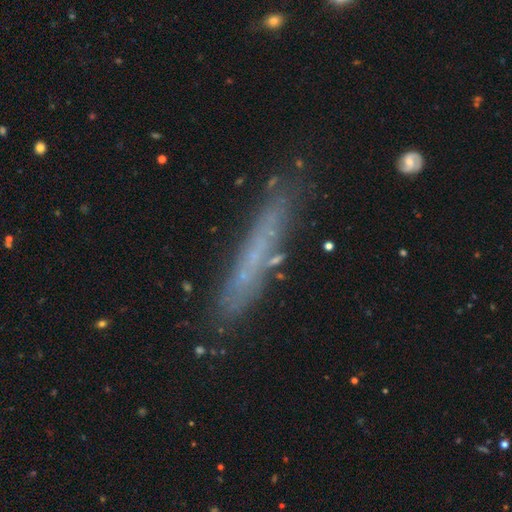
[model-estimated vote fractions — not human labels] Q: Smooth or featured?
A: featured or disk (46%); runner-up: smooth (43%)
Q: Merging?
A: none (78%); runner-up: minor disturbance (15%)